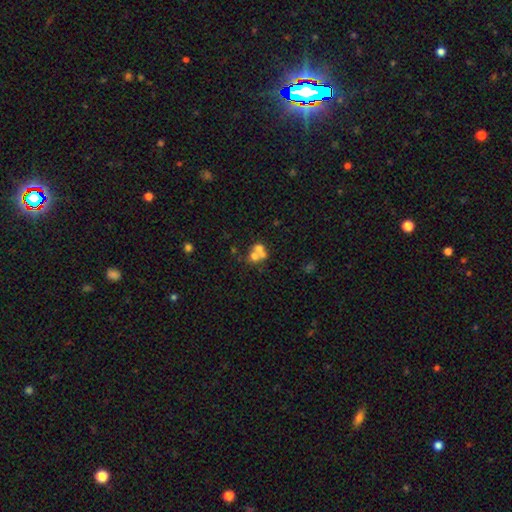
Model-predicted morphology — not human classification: Q: Smooth or featured?
A: smooth (54%); runner-up: featured or disk (31%)
Q: How rounded?
A: round (75%); runner-up: in between (24%)
Q: Merging?
A: merger (61%); runner-up: none (29%)